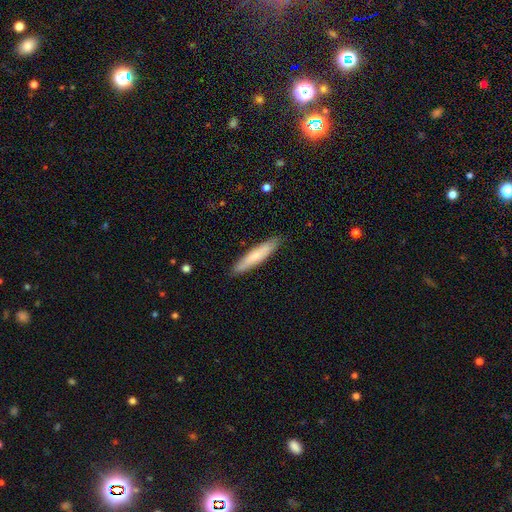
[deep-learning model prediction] Smooth or featured? Predicted: smooth (p=0.69). How rounded? Predicted: cigar-shaped (p=0.87). Merging? Predicted: none (p=0.88).